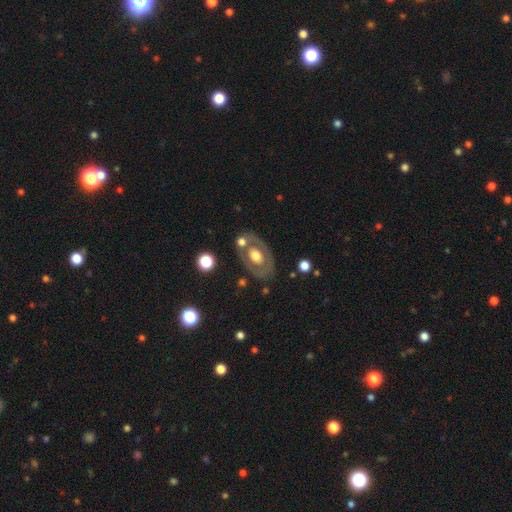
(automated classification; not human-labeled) featured or disk 55%, smooth 39%, star or artifact 6%. Down the decision tree: edge-on disk — no (90%); merging — none (69%).